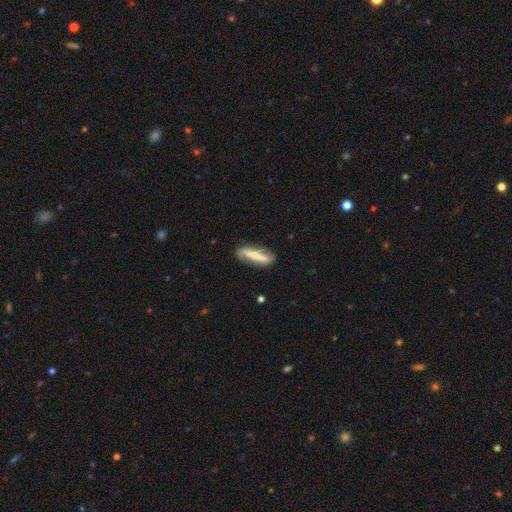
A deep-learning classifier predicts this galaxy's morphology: Smooth or featured? Predicted: featured or disk (p=0.56). Edge-on disk? Predicted: no (p=0.60). Merging? Predicted: none (p=0.76).